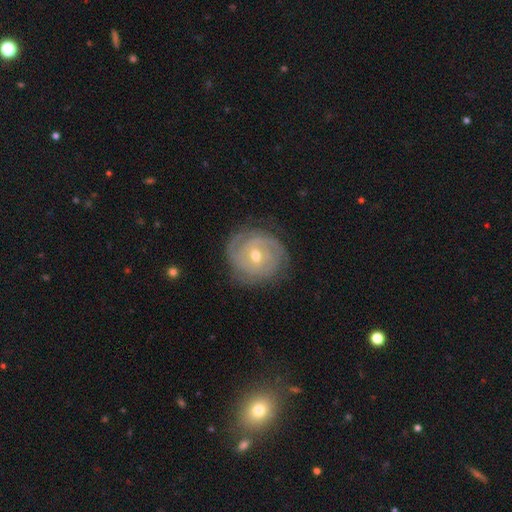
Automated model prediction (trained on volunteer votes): Morphology: type=featured or disk (84%); edge-on=no (97%); bar=no (60%); spiral arms=yes (94%); winding=tight (77%); arm count=can't tell (29%); bulge=moderate (59%); merging=none (80%).